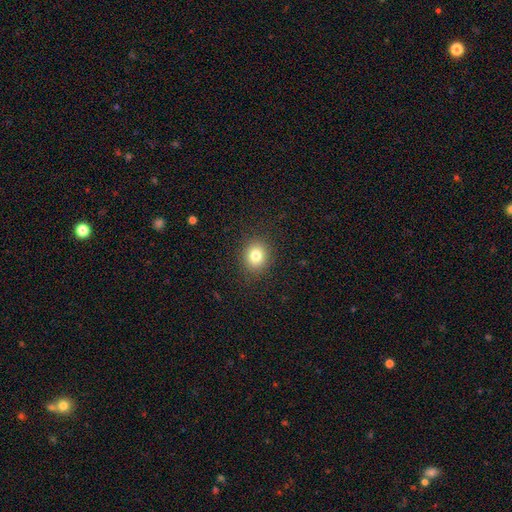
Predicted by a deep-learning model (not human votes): The model was most divided on "how rounded": round: 72%, in between: 27%, cigar-shaped: 1%. More confident: merging — none (89%); smooth or featured — smooth (81%).